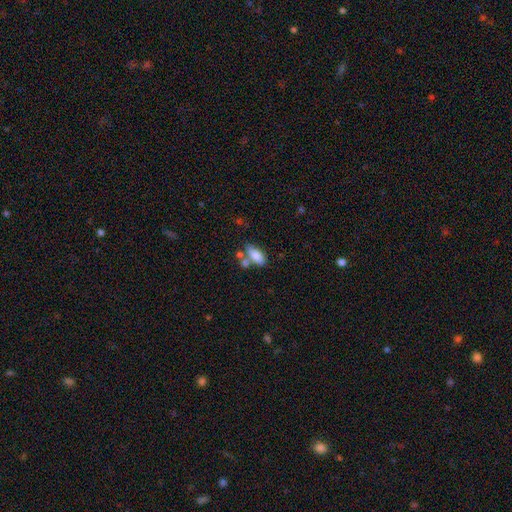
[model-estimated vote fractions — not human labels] smooth_or_featured: smooth (p=0.78) [alt: featured or disk p=0.14]
how_rounded: in between (p=0.84) [alt: cigar-shaped p=0.12]
merging: none (p=0.52) [alt: merger p=0.27]